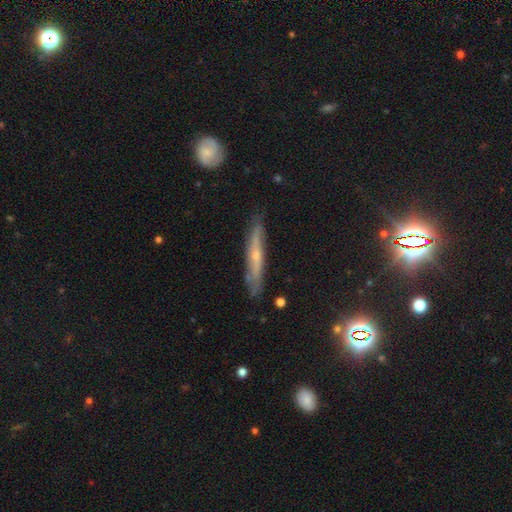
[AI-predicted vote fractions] smooth_or_featured: featured or disk (p=0.64) [alt: smooth p=0.29]
disk_edge_on: yes (p=0.79) [alt: no p=0.21]
edge_on_bulge: rounded (p=0.63) [alt: none p=0.33]
merging: none (p=0.78) [alt: minor disturbance p=0.17]